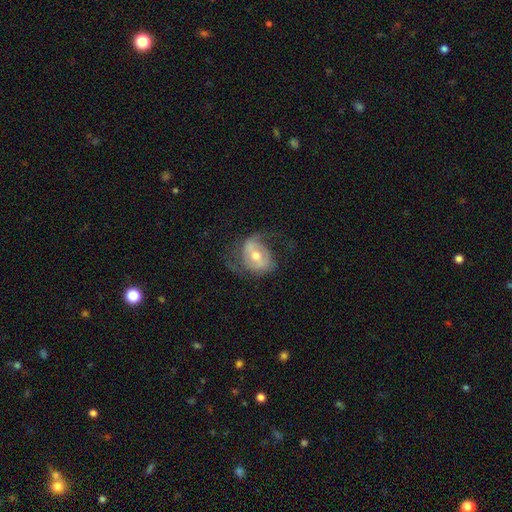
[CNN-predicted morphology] Smooth or featured? featured or disk (70%)
Edge-on disk? no (96%)
Bar? weak (41%)
Spiral arms? yes (79%)
Spiral winding? loose (42%)
Spiral arm count? 2 (74%)
Bulge size? moderate (69%)
Merging? none (51%)